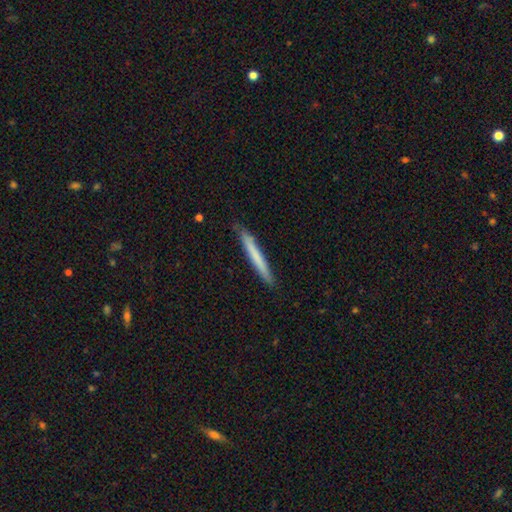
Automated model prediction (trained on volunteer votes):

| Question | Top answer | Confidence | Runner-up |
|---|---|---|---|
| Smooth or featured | smooth | 68% | featured or disk (27%) |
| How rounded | cigar-shaped | 97% | in between (2%) |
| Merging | none | 87% | minor disturbance (10%) |